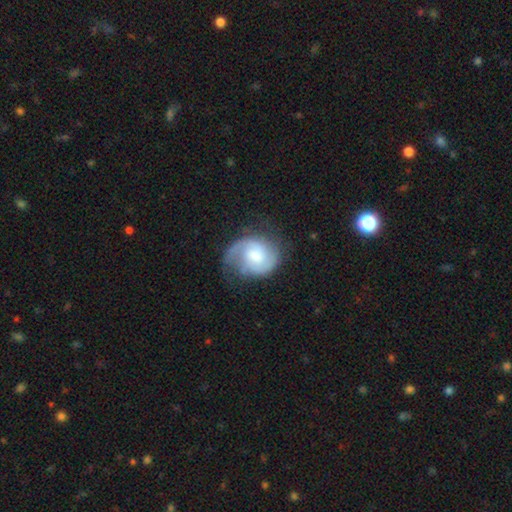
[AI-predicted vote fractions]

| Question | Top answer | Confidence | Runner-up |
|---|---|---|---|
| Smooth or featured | featured or disk | 78% | smooth (17%) |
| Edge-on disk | no | 98% | yes (2%) |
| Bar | weak | 48% | no (45%) |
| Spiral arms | yes | 95% | no (5%) |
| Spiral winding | medium | 46% | tight (34%) |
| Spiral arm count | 2 | 69% | 1 (11%) |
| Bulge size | moderate | 47% | small (33%) |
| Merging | none | 58% | minor disturbance (24%) |